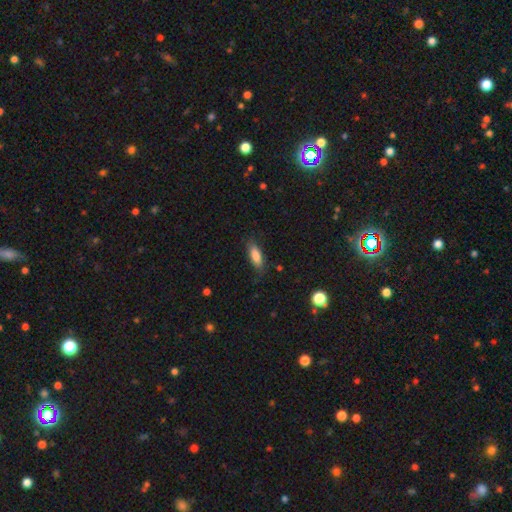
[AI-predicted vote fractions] smooth-or-featured: smooth: 83% | featured or disk: 10% | star or artifact: 7%
  how-rounded: in between: 67% | cigar-shaped: 31% | round: 2%
  merging: none: 81% | minor disturbance: 15% | major disturbance: 3% | merger: 1%